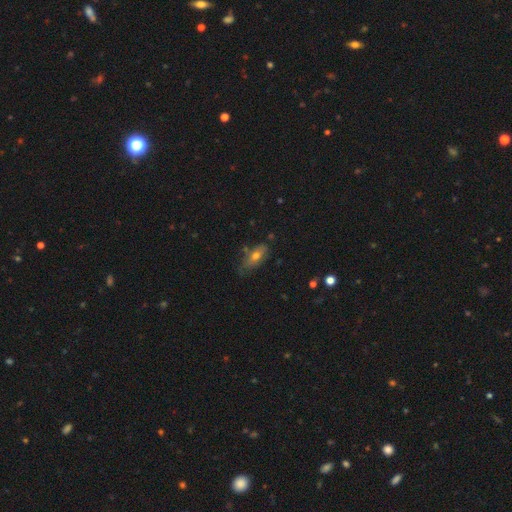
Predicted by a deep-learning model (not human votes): This appears to be a smooth galaxy with no disk features (60%) that is in between round and cigar-shaped (81%). Merging: none (58%).